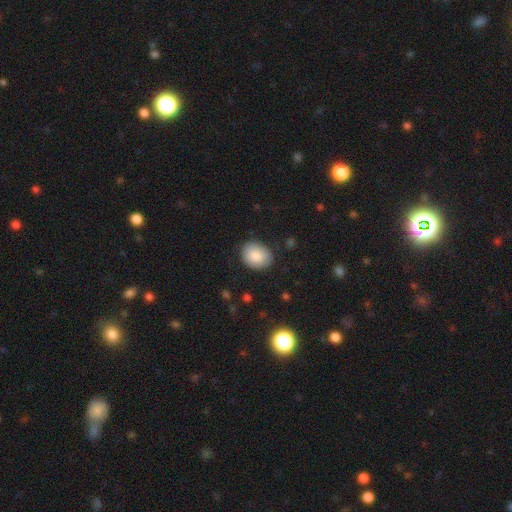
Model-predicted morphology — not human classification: type=smooth (87%); roundness=round (54%); merging=none (84%).